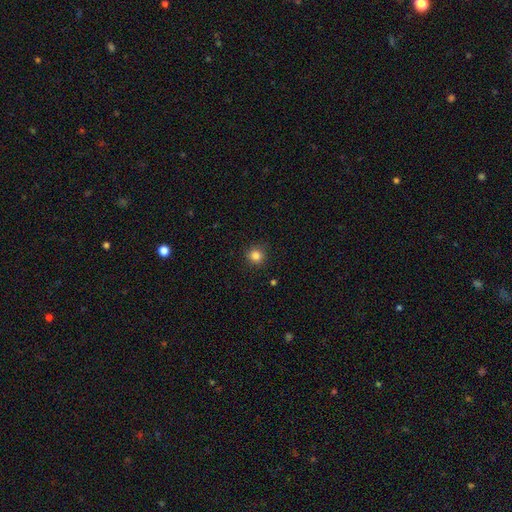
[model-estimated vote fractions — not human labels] smooth_or_featured: smooth (p=0.84) [alt: star or artifact p=0.12]
how_rounded: round (p=0.93) [alt: in between p=0.06]
merging: none (p=0.90) [alt: minor disturbance p=0.06]